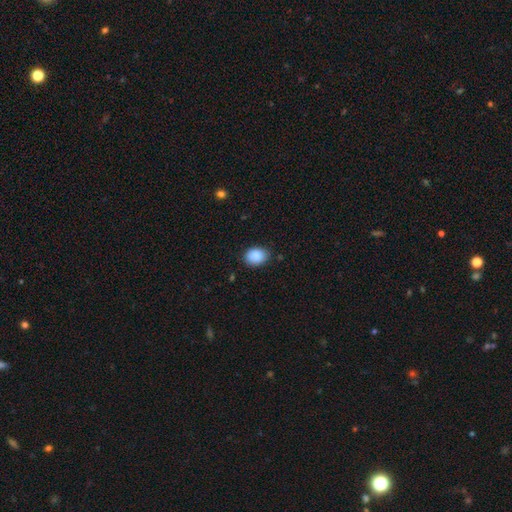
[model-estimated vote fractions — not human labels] A smooth galaxy with no disk features (88%) that is in between round and cigar-shaped (64%). Merging: none (79%).